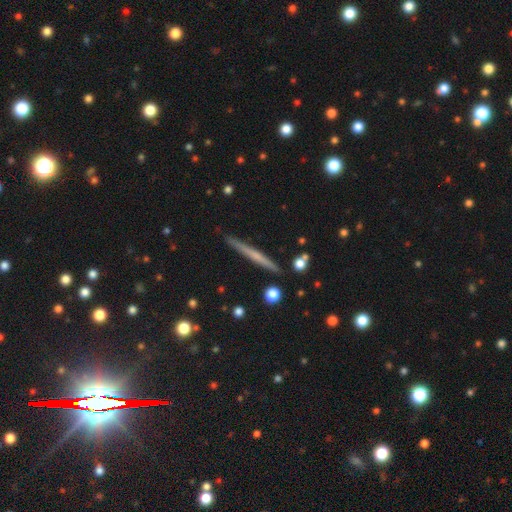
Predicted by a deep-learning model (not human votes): This appears to be a featured or disk galaxy (52%) viewed edge-on (97%) with no central bulge (74%). Merging: none (90%).